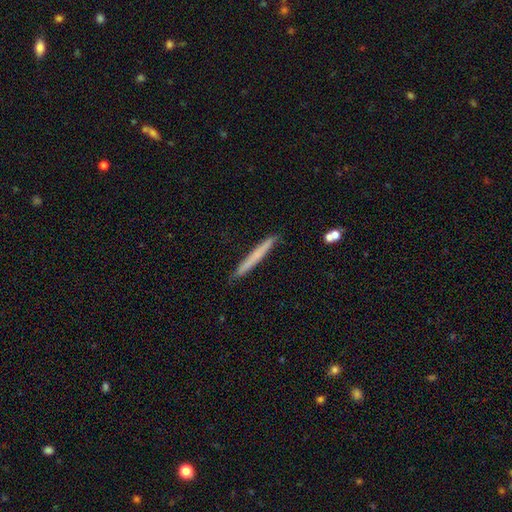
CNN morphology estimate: A smooth galaxy with no disk features (63%) that is cigar-shaped (97%). Merging: none (90%).